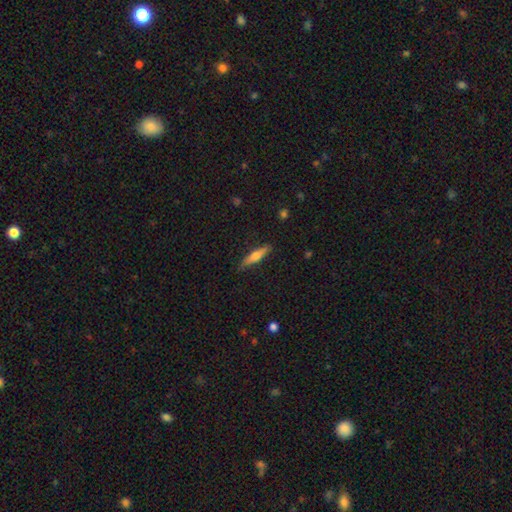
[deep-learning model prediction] smooth_or_featured: smooth (p=0.47) [tied with: featured or disk p=0.47]
merging: none (p=0.87) [alt: minor disturbance p=0.10]